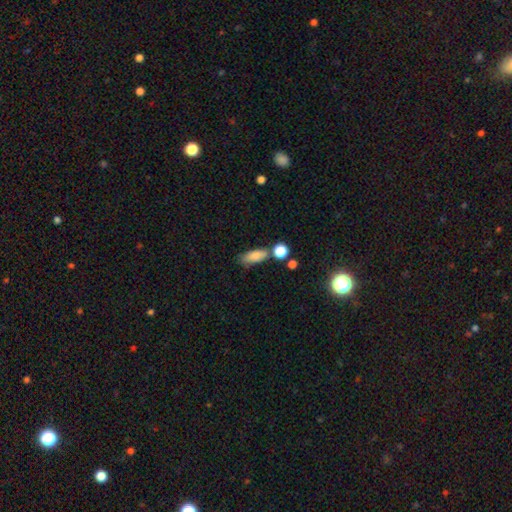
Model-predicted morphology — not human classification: Smooth or featured? smooth (81%)
How rounded? in between (73%)
Merging? none (60%)